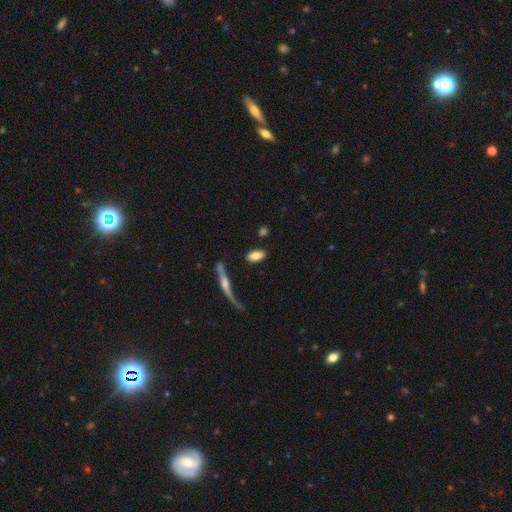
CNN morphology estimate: Smooth or featured: smooth — 78% (featured or disk — 16%)
How rounded: in between — 89% (cigar-shaped — 6%)
Merging: none — 80% (minor disturbance — 11%)